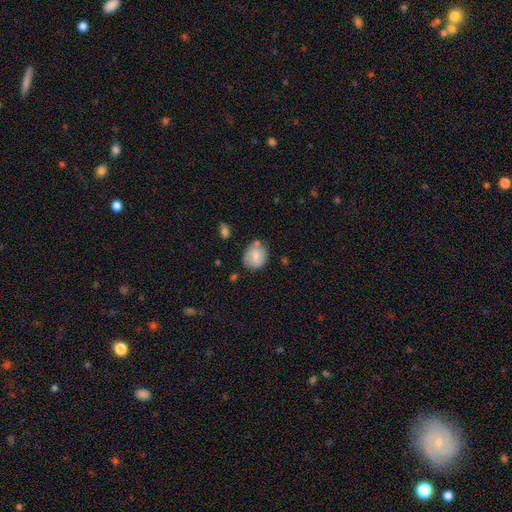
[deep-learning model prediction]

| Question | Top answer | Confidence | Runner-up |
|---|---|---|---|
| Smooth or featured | smooth | 65% | featured or disk (28%) |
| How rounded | round | 60% | in between (39%) |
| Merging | none | 66% | minor disturbance (21%) |